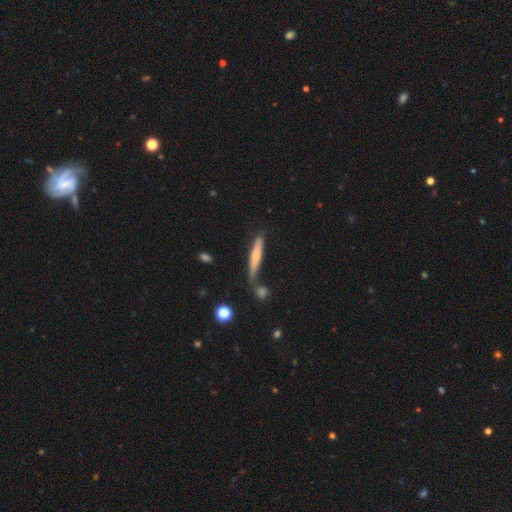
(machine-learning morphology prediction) Q: Smooth or featured?
A: smooth (55%); runner-up: featured or disk (39%)
Q: How rounded?
A: cigar-shaped (88%); runner-up: in between (10%)
Q: Merging?
A: none (57%); runner-up: minor disturbance (20%)